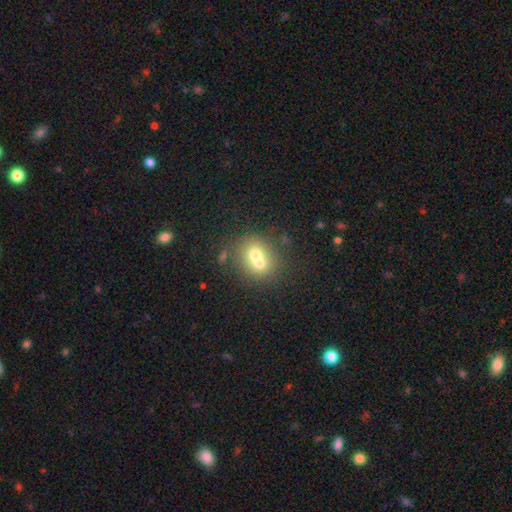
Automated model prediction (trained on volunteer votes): Smooth or featured?
  - smooth: 65% *
  - featured or disk: 23%
  - star or artifact: 11%
How rounded?
  - round: 76% *
  - in between: 23%
  - cigar-shaped: 1%
Merging?
  - merger: 60% *
  - none: 31%
  - minor disturbance: 7%
  - major disturbance: 3%